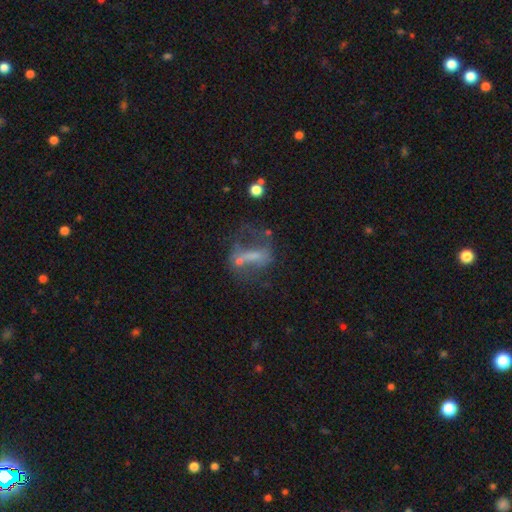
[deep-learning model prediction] Smooth or featured: featured or disk — 56% (smooth — 29%)
Edge-on disk: no — 92% (yes — 8%)
Bar: no — 35% (strong — 33%)
Spiral arms: no — 56% (yes — 44%)
Bulge size: none — 43% (small — 30%)
Merging: none — 34% (major disturbance — 33%)